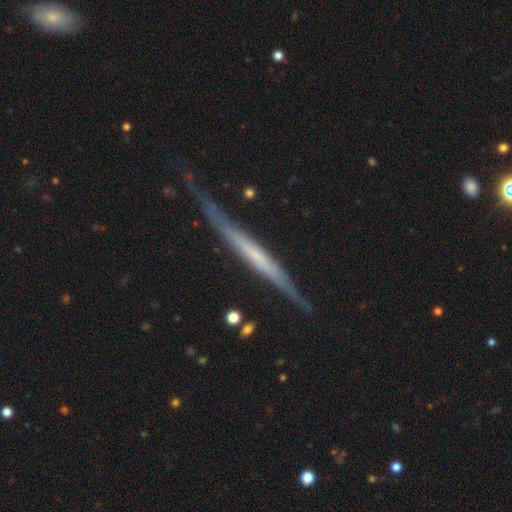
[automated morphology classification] Q: Smooth or featured?
A: featured or disk (69%); runner-up: smooth (26%)
Q: Edge-on disk?
A: yes (95%); runner-up: no (5%)
Q: Edge-on bulge?
A: none (76%); runner-up: rounded (13%)
Q: Merging?
A: none (70%); runner-up: minor disturbance (21%)